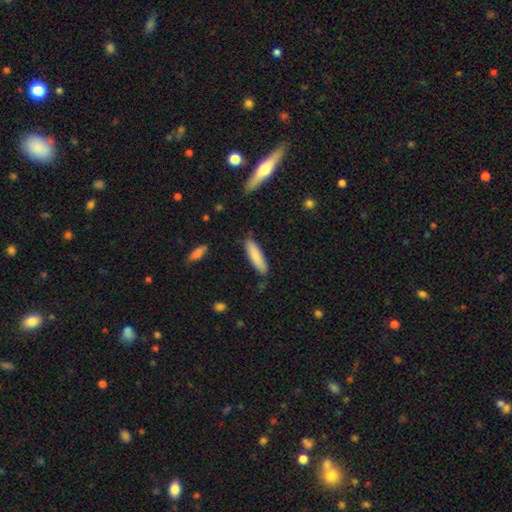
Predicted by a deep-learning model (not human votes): Q: Smooth or featured?
A: smooth (85%); runner-up: featured or disk (10%)
Q: How rounded?
A: cigar-shaped (68%); runner-up: in between (31%)
Q: Merging?
A: none (84%); runner-up: minor disturbance (12%)